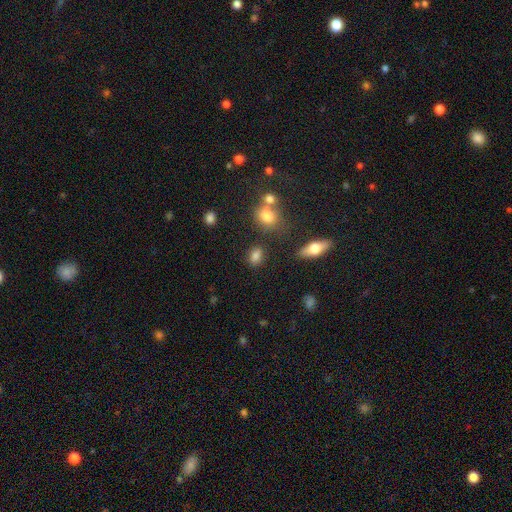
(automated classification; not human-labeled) Q: Smooth or featured?
A: smooth (81%); runner-up: star or artifact (11%)
Q: How rounded?
A: in between (69%); runner-up: round (28%)
Q: Merging?
A: none (77%); runner-up: minor disturbance (12%)